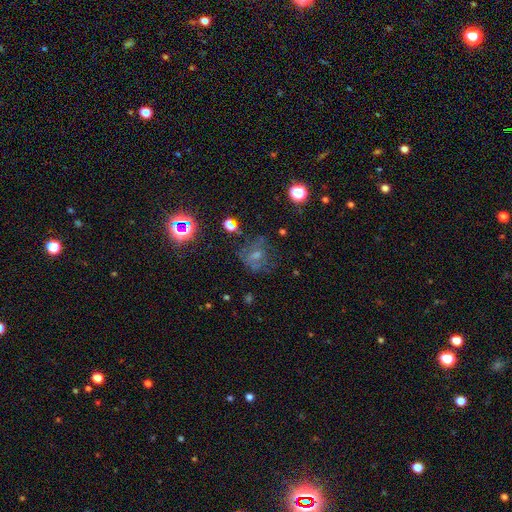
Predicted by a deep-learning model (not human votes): This is marginally a smooth galaxy (41%). Merging: possibly none (54%).